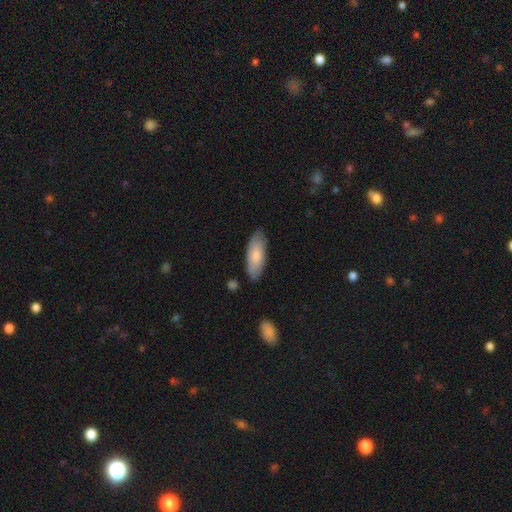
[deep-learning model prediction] A smooth galaxy with no disk features (78%) that is in between round and cigar-shaped (75%).

Vote fractions:
- Smooth or featured? smooth: 78% / featured or disk: 17% / star or artifact: 5%
- How rounded? in between: 75% / cigar-shaped: 23% / round: 2%
- Merging? none: 82% / minor disturbance: 14% / major disturbance: 2% / merger: 2%